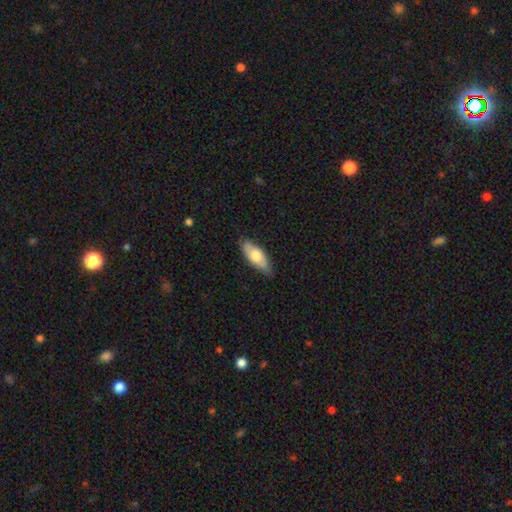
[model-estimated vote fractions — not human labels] A smooth galaxy with no disk features (66%) that is in between round and cigar-shaped (77%). Merging: none (80%).